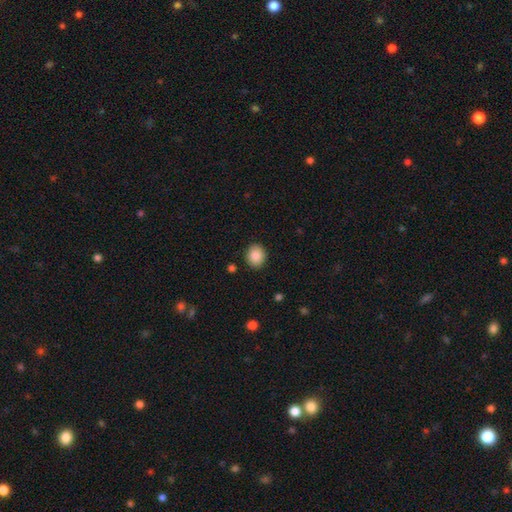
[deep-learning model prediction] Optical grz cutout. It shows a smooth galaxy with no disk features (88%) that is round (69%). Merging: none (89%).